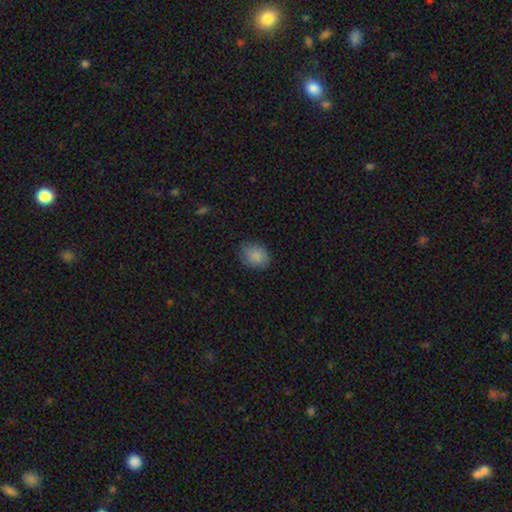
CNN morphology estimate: This is clearly a smooth galaxy (86%). How rounded: likely in between (63%). Merging: likely none (74%).